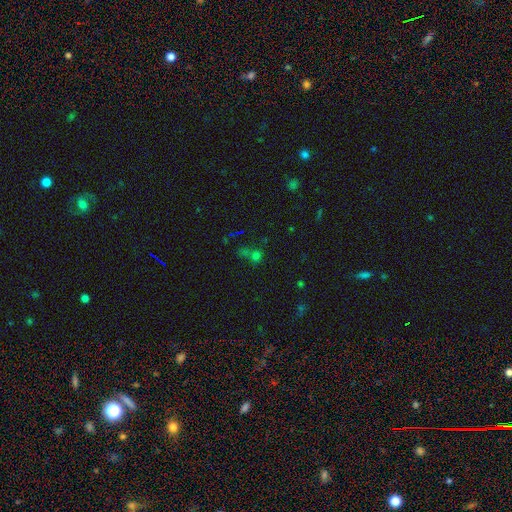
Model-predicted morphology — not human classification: type=star or artifact (57%).